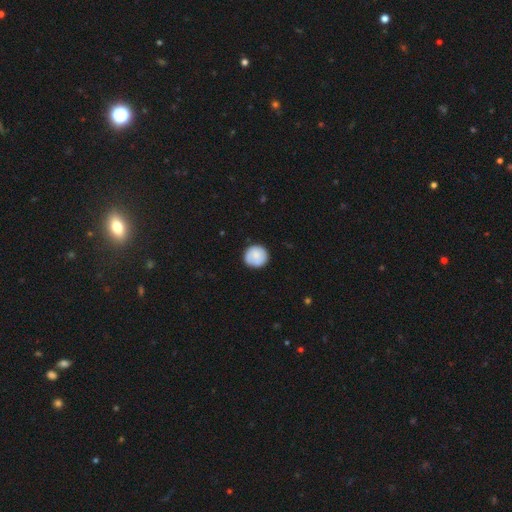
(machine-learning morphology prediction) Overall: smooth (81%). How rounded: round (93%). Merging: none (86%).